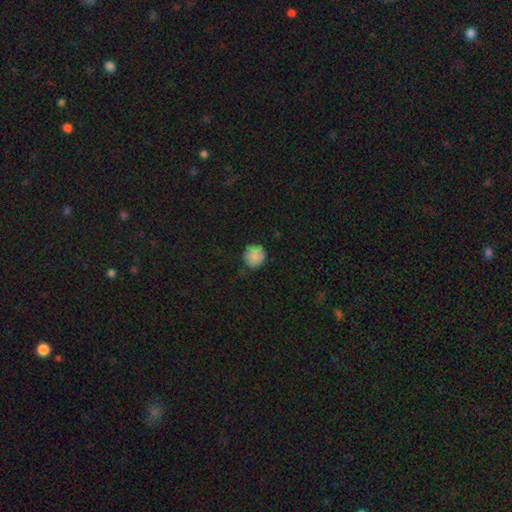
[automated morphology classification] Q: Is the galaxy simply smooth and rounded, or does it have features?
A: smooth — 87%.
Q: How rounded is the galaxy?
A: round — 92%.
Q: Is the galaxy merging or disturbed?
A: none — 82%.